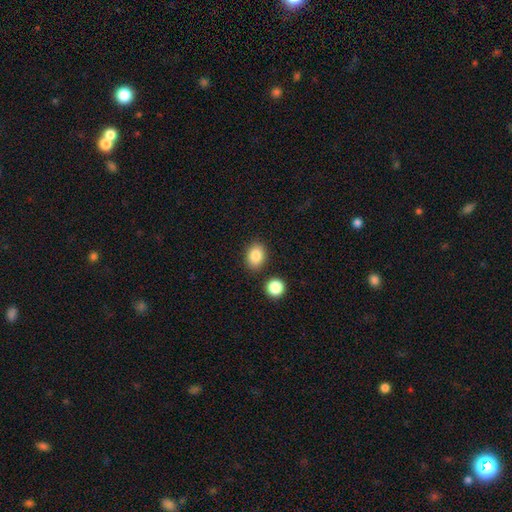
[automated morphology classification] A smooth galaxy with no disk features (85%) that is in between round and cigar-shaped (69%).

Vote fractions:
- Smooth or featured? smooth: 85% / star or artifact: 8% / featured or disk: 6%
- How rounded? in between: 69% / round: 30% / cigar-shaped: 1%
- Merging? none: 83% / minor disturbance: 9% / merger: 5% / major disturbance: 3%